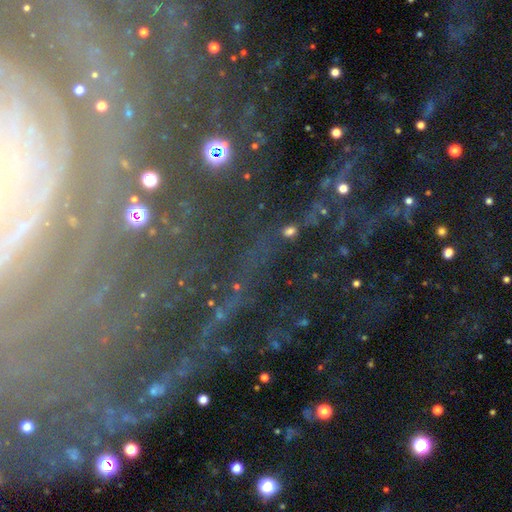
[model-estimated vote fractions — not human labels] This appears to be a star or artifact, not a galaxy (66%).